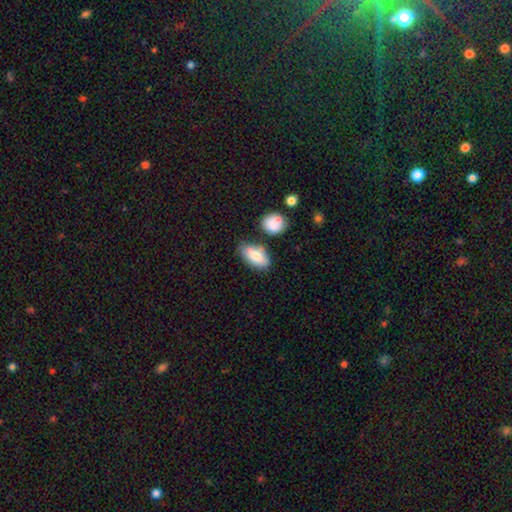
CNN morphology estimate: A smooth galaxy with no disk features (79%) that is in between round and cigar-shaped (88%).

Vote fractions:
- Smooth or featured? smooth: 79% / featured or disk: 14% / star or artifact: 7%
- How rounded? in between: 88% / cigar-shaped: 7% / round: 5%
- Merging? none: 65% / minor disturbance: 19% / merger: 11% / major disturbance: 5%